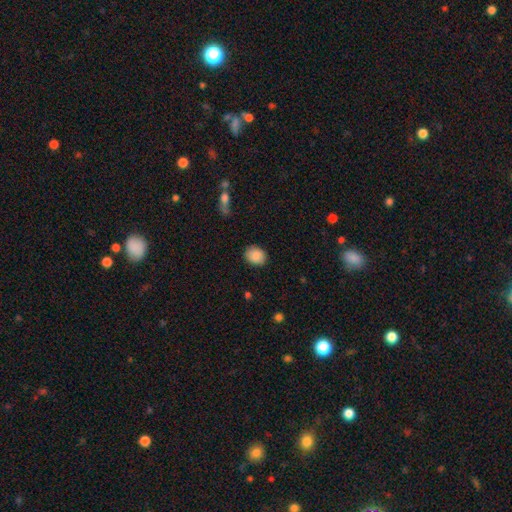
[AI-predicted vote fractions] Overall: smooth (88%). How rounded: round (56%; in between 43%). Merging: none (87%).